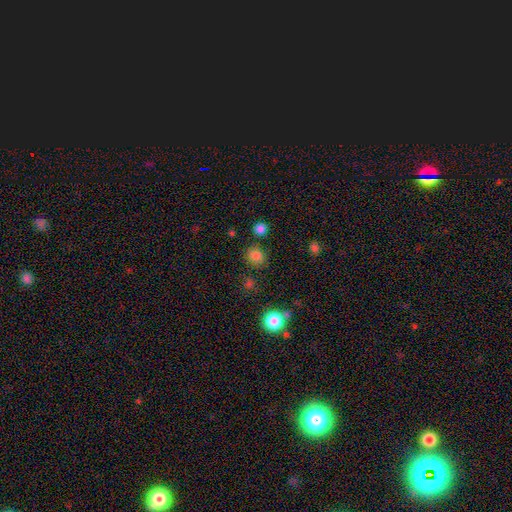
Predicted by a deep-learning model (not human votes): smooth_or_featured: smooth (p=0.81) [alt: star or artifact p=0.14]
how_rounded: round (p=0.78) [alt: in between p=0.21]
merging: none (p=0.83) [alt: minor disturbance p=0.09]